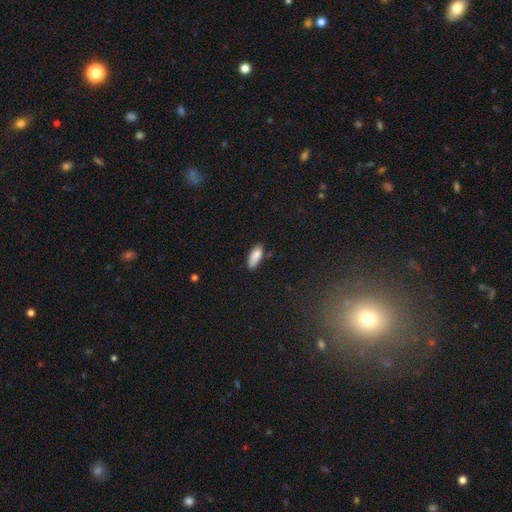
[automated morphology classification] Smooth or featured: smooth — 85% (featured or disk — 8%)
How rounded: in between — 74% (cigar-shaped — 24%)
Merging: none — 61% (minor disturbance — 28%)